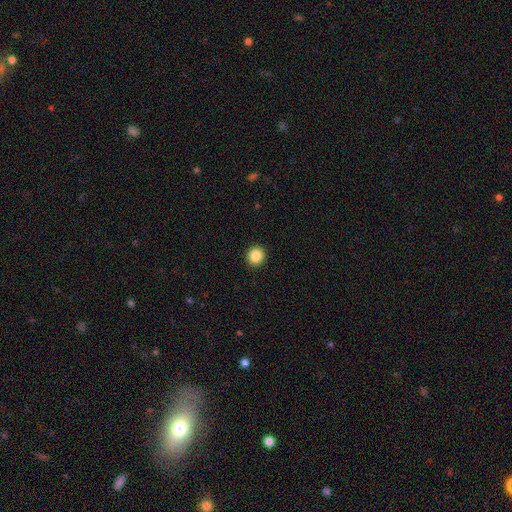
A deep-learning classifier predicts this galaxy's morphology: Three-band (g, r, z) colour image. It shows a smooth galaxy with no disk features (87%) that is round (92%). Merging: none (93%).